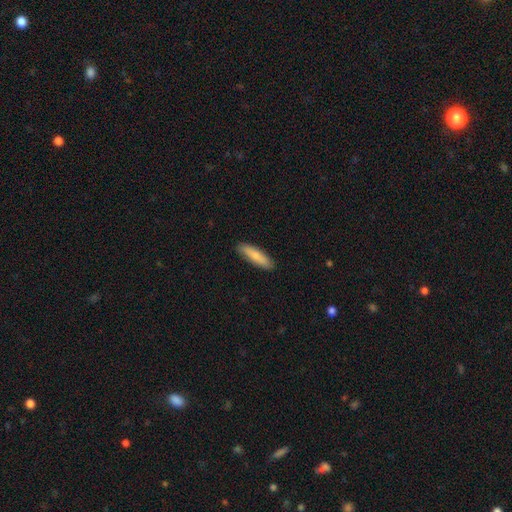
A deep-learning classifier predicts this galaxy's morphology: This is likely a smooth galaxy (80%). How rounded: likely cigar-shaped (73%). Merging: clearly none (89%).